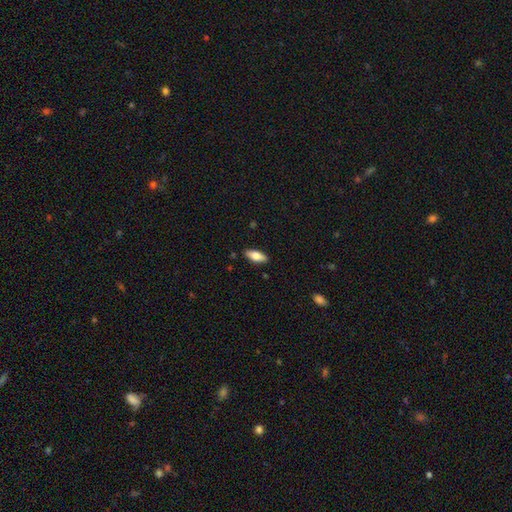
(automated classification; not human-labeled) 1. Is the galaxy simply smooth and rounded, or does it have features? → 72% smooth, 22% featured or disk, 6% star or artifact.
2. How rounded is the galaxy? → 76% in between, 22% cigar-shaped, 2% round.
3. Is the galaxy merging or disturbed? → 88% none, 9% minor disturbance, 2% major disturbance, 1% merger.